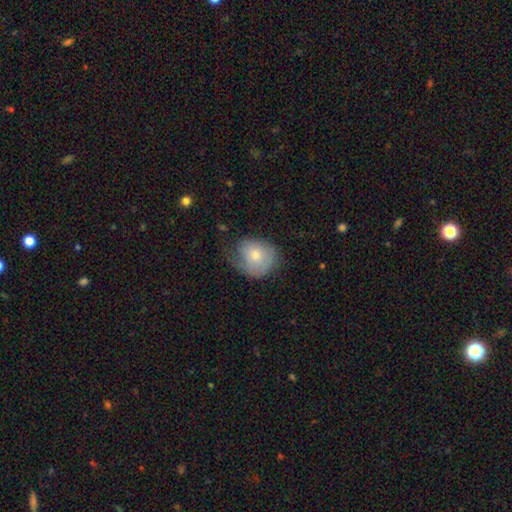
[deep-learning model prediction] This appears to be a smooth galaxy with no disk features (68%) that is round (65%). Merging: none (43%).